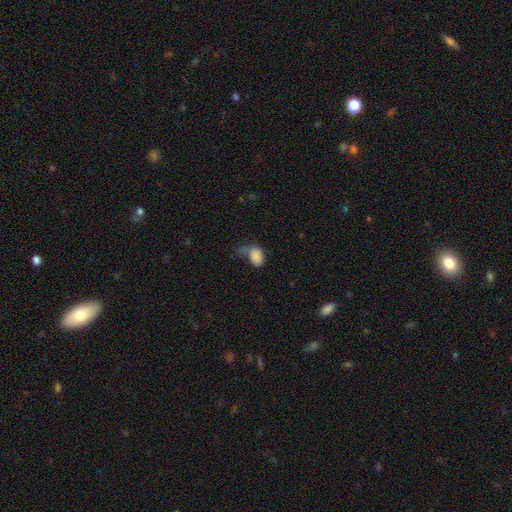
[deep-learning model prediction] This appears to be a smooth galaxy with no disk features (83%) that is in between round and cigar-shaped (84%). Merging: none (32%).